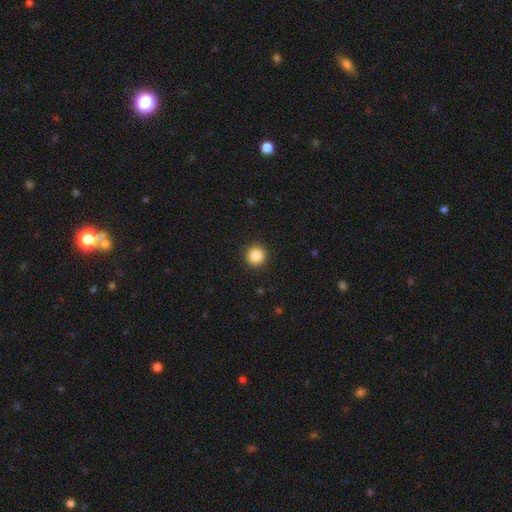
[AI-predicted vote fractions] A smooth galaxy with no disk features (86%) that is round (95%).

Vote fractions:
- Smooth or featured? smooth: 86% / star or artifact: 10% / featured or disk: 4%
- How rounded? round: 95% / in between: 4% / cigar-shaped: 1%
- Merging? none: 93% / minor disturbance: 5% / major disturbance: 2% / merger: 1%